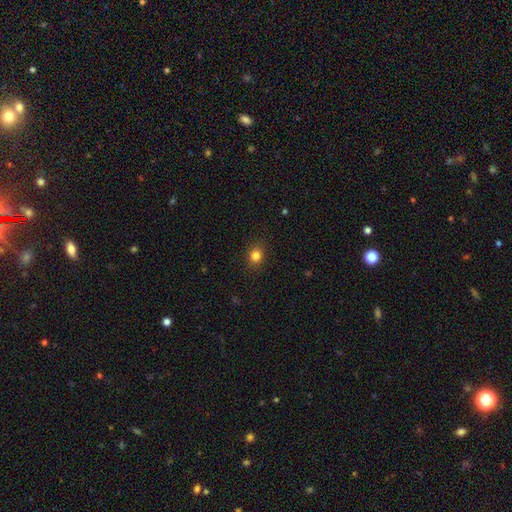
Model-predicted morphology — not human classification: A smooth galaxy with no disk features (83%) that is round (66%).

Vote fractions:
- Smooth or featured? smooth: 83% / star or artifact: 12% / featured or disk: 5%
- How rounded? round: 66% / in between: 33% / cigar-shaped: 1%
- Merging? none: 88% / minor disturbance: 8% / major disturbance: 2% / merger: 1%